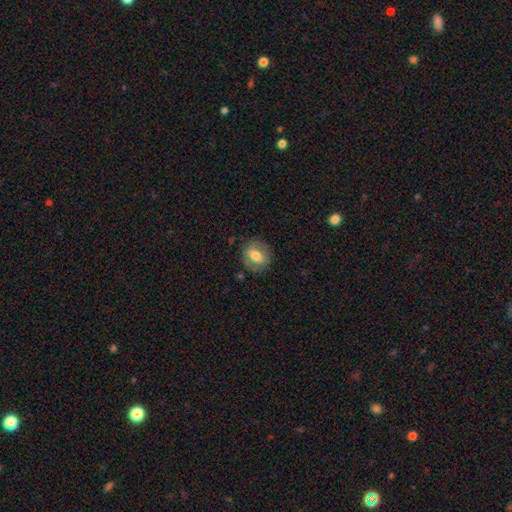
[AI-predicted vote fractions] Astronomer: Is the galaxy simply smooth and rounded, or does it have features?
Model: smooth — 63%.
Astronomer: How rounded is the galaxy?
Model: round — 59% (runner-up: in between, 40%).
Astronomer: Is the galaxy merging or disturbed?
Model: none — 80%.